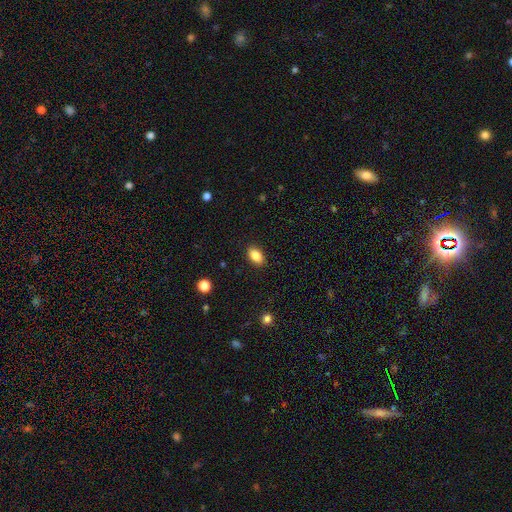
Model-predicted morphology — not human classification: Smooth or featured? smooth (86%)
How rounded? in between (89%)
Merging? none (89%)